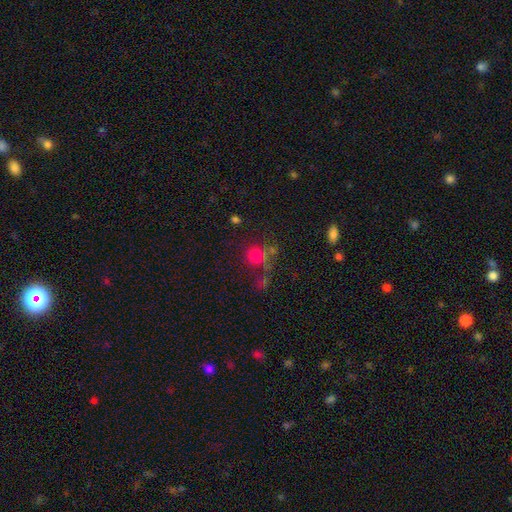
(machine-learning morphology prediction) This is likely a smooth galaxy (69%). How rounded: clearly round (87%). Merging: possibly none (52%).